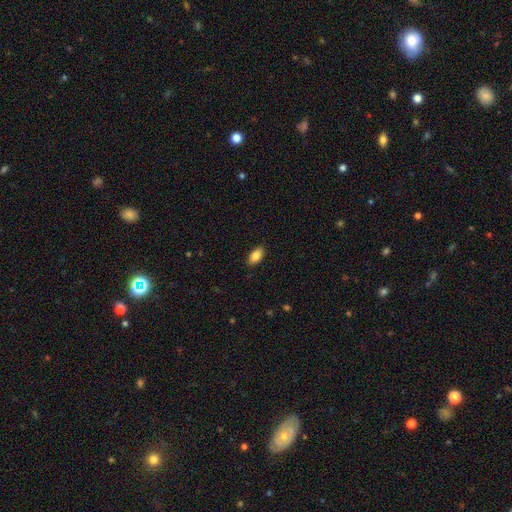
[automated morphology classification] This is clearly a smooth galaxy (85%). How rounded: clearly in between (92%). Merging: clearly none (88%).